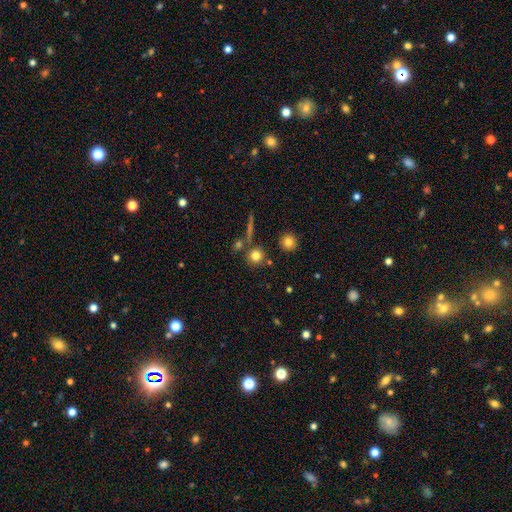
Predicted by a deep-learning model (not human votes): A smooth galaxy with no disk features (79%) that is round (91%).

Vote fractions:
- Smooth or featured? smooth: 79% / star or artifact: 13% / featured or disk: 9%
- How rounded? round: 91% / in between: 7% / cigar-shaped: 2%
- Merging? none: 76% / merger: 13% / minor disturbance: 8% / major disturbance: 3%